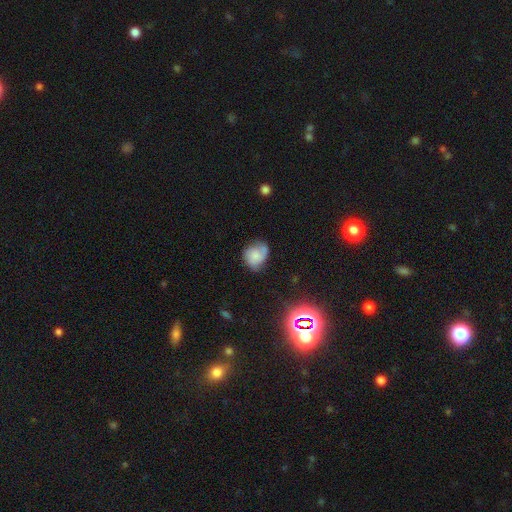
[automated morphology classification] Overall: smooth (55%; featured or disk 34%). How rounded: round (54%; in between 45%). Merging: none (50%; minor disturbance 32%).